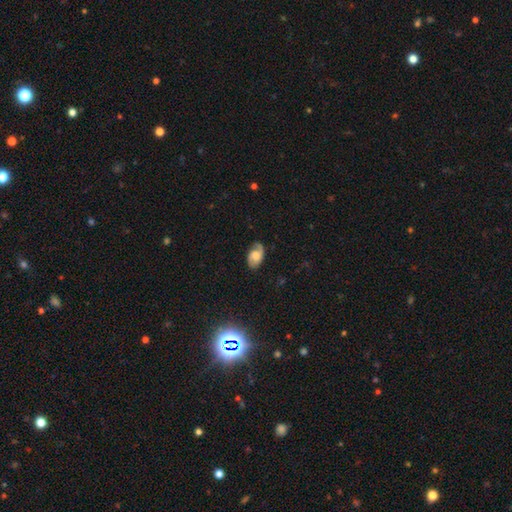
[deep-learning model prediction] Smooth or featured?
  - featured or disk: 57% *
  - smooth: 34%
  - star or artifact: 8%
Edge-on disk?
  - no: 95% *
  - yes: 5%
Bar?
  - no: 63% *
  - weak: 32%
  - strong: 6%
Spiral arms?
  - yes: 89% *
  - no: 11%
Bulge size?
  - moderate: 47% *
  - large: 23%
  - small: 19%
  - none: 8%
  - dominant: 3%
Merging?
  - none: 72% *
  - minor disturbance: 20%
  - major disturbance: 6%
  - merger: 1%